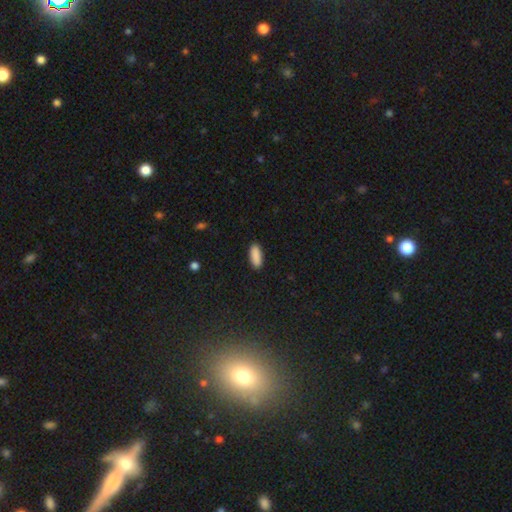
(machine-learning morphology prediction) A smooth galaxy with no disk features (90%) that is in between round and cigar-shaped (72%). Merging: none (89%).